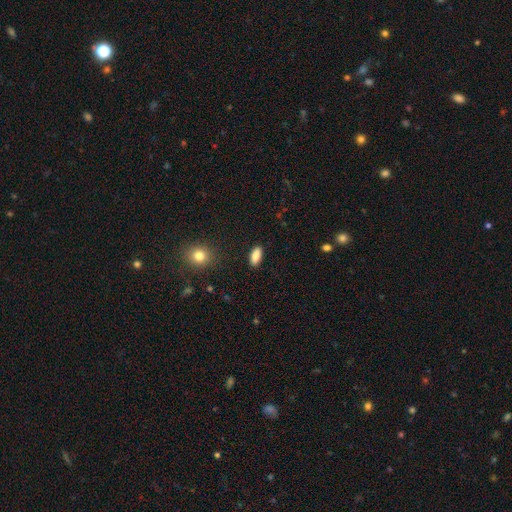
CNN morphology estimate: Overall: smooth (85%). How rounded: in between (88%). Merging: none (89%).